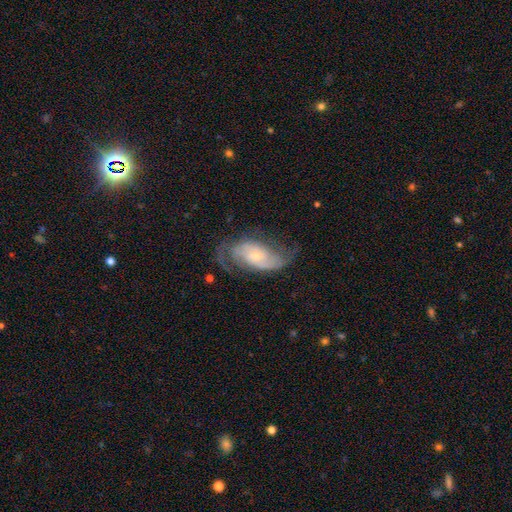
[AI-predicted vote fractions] Morphology: type=featured or disk (81%); edge-on=no (95%); bar=no (63%); spiral arms=yes (94%); winding=medium (43%); arm count=2 (75%); bulge=small (70%); merging=none (60%).